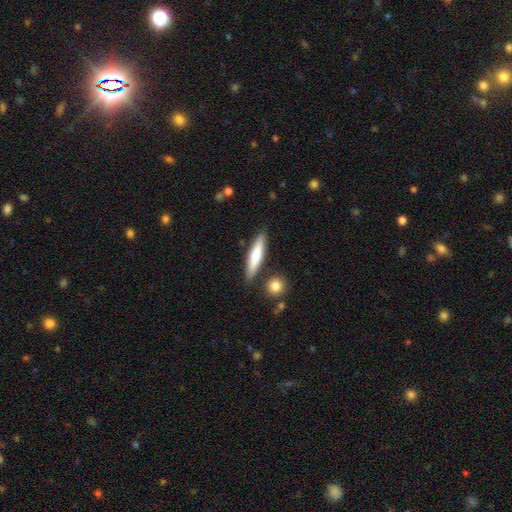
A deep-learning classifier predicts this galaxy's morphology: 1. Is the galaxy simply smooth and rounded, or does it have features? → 62% smooth, 33% featured or disk, 6% star or artifact.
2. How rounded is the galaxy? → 83% cigar-shaped, 15% in between, 2% round.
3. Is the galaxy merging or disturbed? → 84% none, 10% minor disturbance, 4% merger, 2% major disturbance.